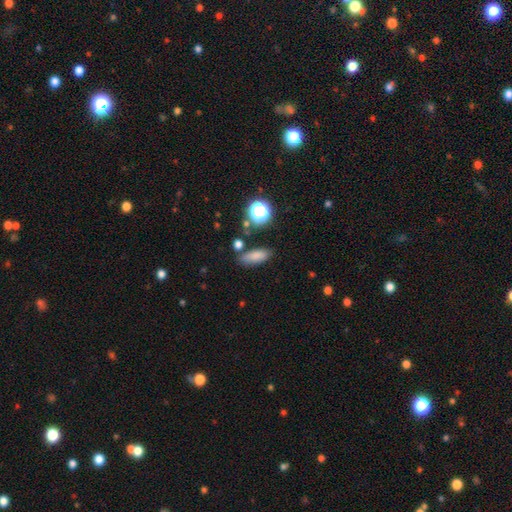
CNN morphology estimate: This is likely a smooth galaxy (78%). How rounded: likely in between (67%). Merging: likely none (75%).